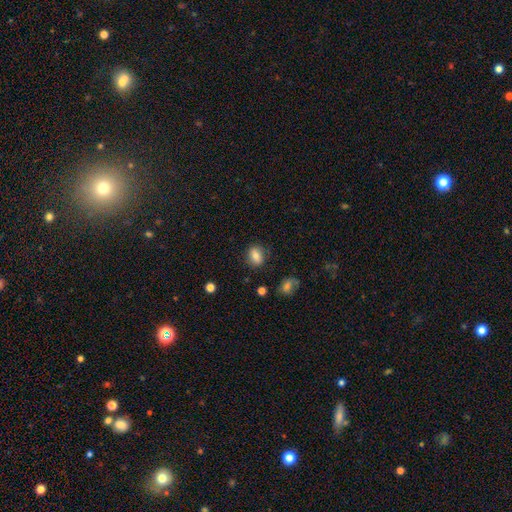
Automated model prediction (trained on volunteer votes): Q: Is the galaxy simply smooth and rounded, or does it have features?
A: smooth — 78%.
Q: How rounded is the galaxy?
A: in between — 62%.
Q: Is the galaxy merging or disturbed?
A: none — 82%.